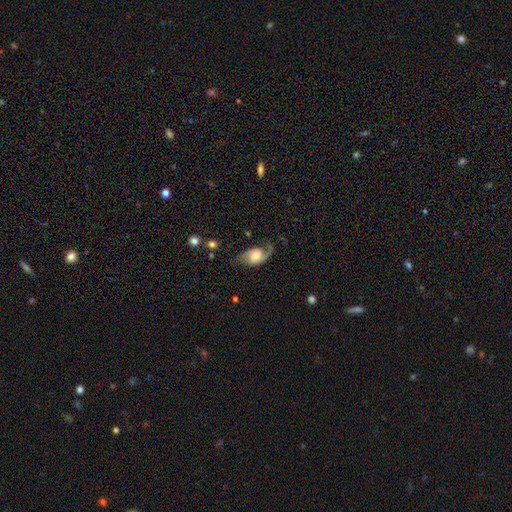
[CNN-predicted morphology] A featured or disk galaxy (70%) with no bar (64%), 2 (72%) loose (50%) spiral arms (92%) and a large central bulge (35%). Merging: none (55%).